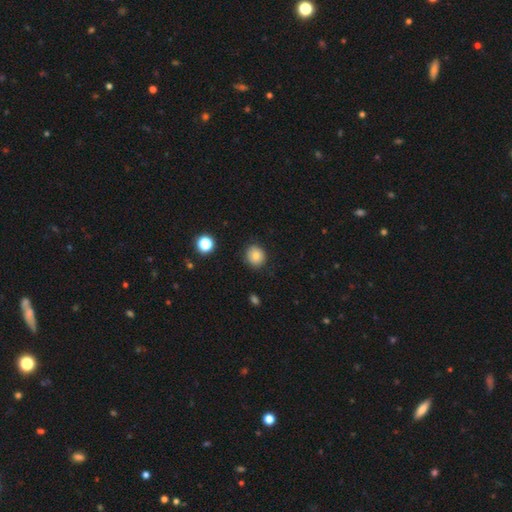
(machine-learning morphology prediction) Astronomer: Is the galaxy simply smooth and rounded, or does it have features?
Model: smooth — 82%.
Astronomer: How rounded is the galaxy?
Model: round — 80%.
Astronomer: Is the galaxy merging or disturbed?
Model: none — 86%.